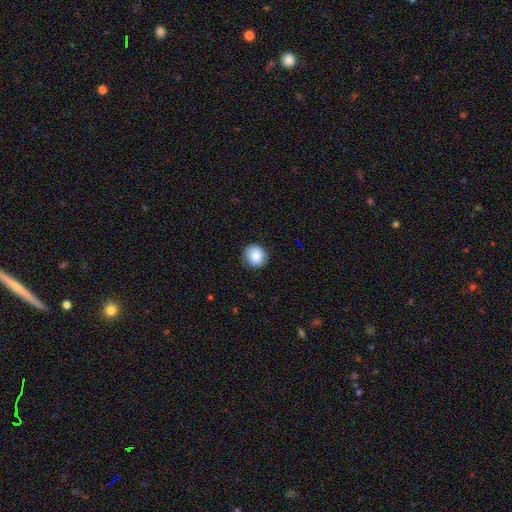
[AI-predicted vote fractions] smooth 86%, star or artifact 8%, featured or disk 5%. Down the decision tree: how rounded — round (89%); merging — none (88%).